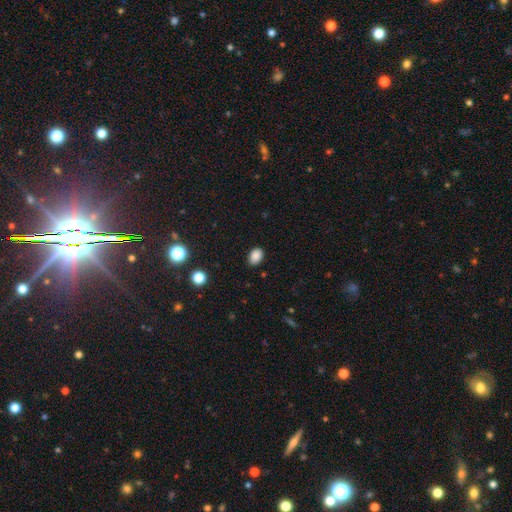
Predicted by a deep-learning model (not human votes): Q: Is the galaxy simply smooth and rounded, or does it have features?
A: smooth — 86%.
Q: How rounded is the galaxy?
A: in between — 79%.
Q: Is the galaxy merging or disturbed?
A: none — 85%.